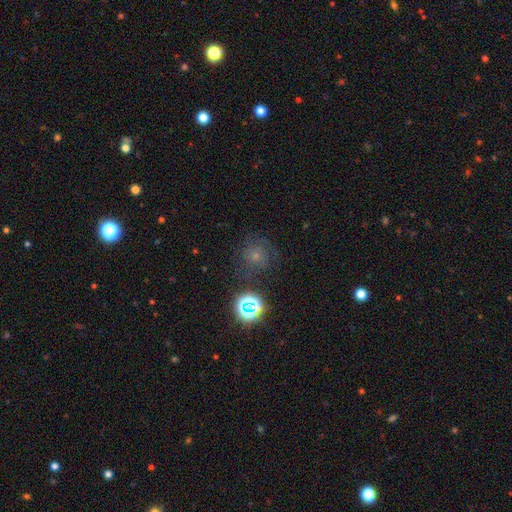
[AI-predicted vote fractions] Overall: smooth (52%; star or artifact 24%). How rounded: round (89%). Merging: none (68%).